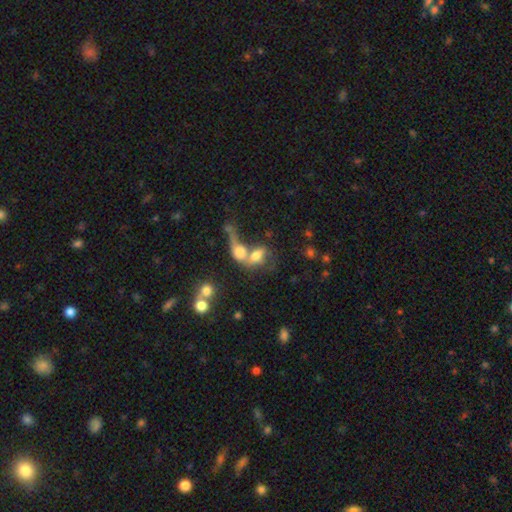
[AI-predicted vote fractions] A smooth galaxy with no disk features (54%) that is in between round and cigar-shaped (75%). Merging: merger (72%).